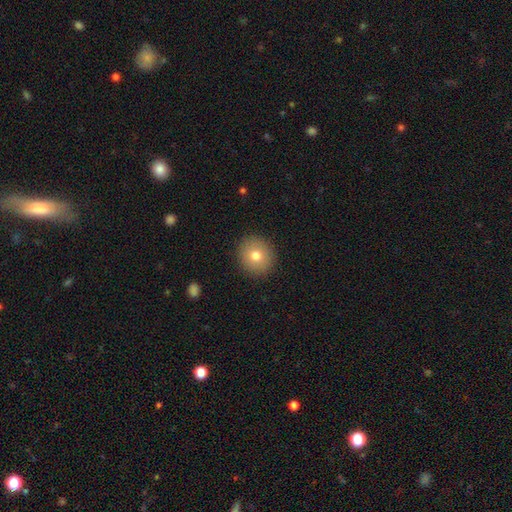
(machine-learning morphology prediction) smooth-or-featured: smooth: 76% | featured or disk: 14% | star or artifact: 10%
  how-rounded: round: 88% | in between: 11% | cigar-shaped: 1%
  merging: none: 91% | minor disturbance: 6% | major disturbance: 2% | merger: 1%